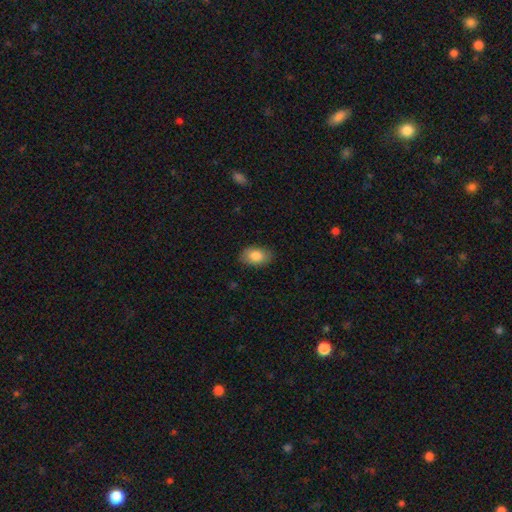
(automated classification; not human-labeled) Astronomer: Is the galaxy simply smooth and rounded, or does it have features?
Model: smooth — 83%.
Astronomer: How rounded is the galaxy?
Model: in between — 89%.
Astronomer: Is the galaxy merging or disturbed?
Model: none — 85%.